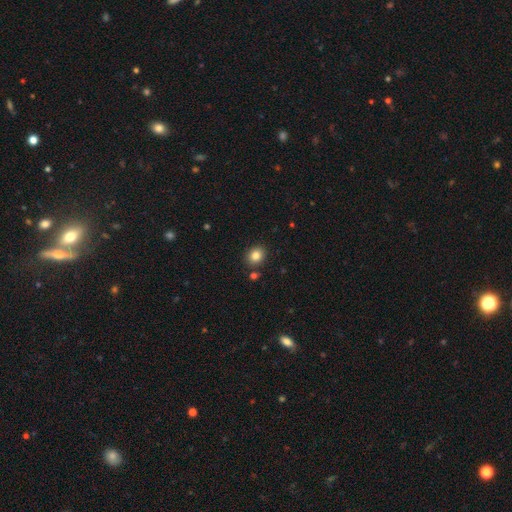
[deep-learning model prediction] Smooth or featured: smooth — 83% (star or artifact — 11%)
How rounded: round — 70% (in between — 30%)
Merging: none — 84% (minor disturbance — 8%)